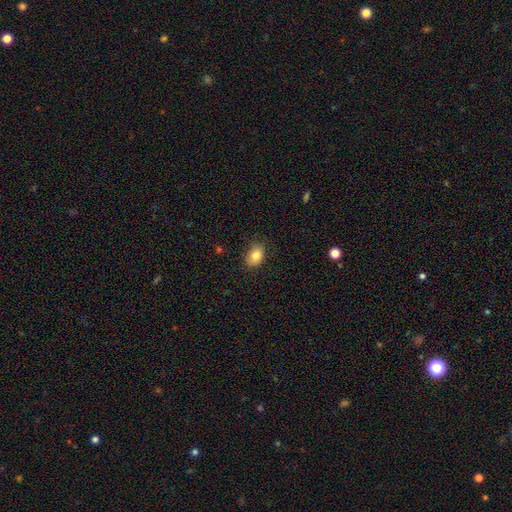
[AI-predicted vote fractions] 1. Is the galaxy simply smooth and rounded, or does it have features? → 83% smooth, 9% star or artifact, 8% featured or disk.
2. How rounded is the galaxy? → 78% in between, 21% round, 1% cigar-shaped.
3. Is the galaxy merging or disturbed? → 77% none, 18% minor disturbance, 4% major disturbance, 1% merger.